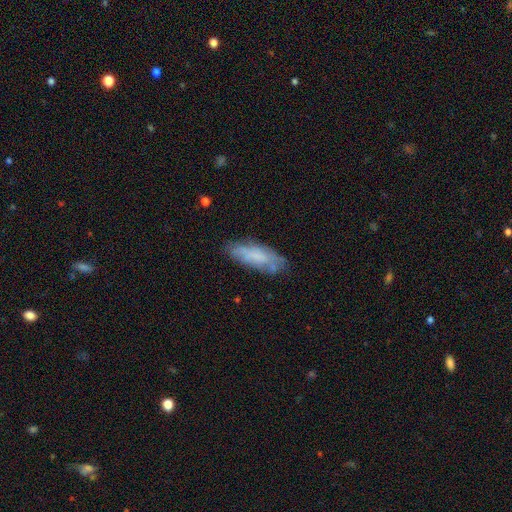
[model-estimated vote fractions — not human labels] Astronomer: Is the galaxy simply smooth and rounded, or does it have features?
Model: smooth — 59%.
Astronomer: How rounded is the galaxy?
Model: in between — 61% (runner-up: cigar-shaped, 37%).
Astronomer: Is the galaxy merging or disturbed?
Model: none — 65%.